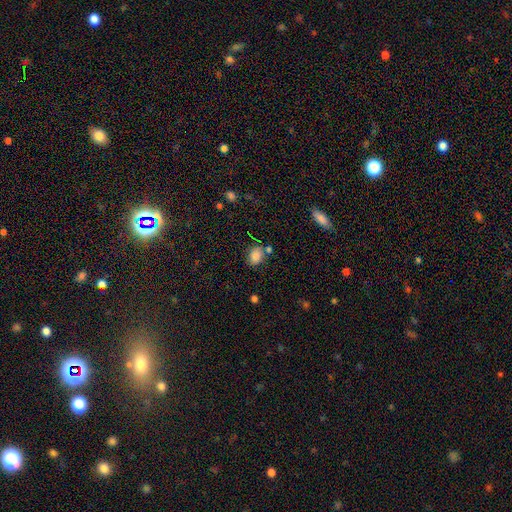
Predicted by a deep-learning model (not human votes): Smooth or featured? Predicted: smooth (p=0.83). How rounded? Predicted: in between (p=0.69). Merging? Predicted: none (p=0.67).